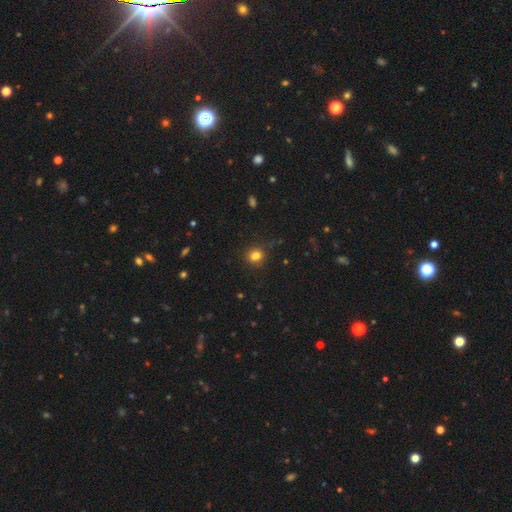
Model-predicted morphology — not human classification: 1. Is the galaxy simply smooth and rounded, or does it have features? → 80% smooth, 15% star or artifact, 6% featured or disk.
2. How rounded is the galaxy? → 67% round, 32% in between, 1% cigar-shaped.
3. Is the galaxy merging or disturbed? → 79% none, 14% minor disturbance, 4% major disturbance, 3% merger.